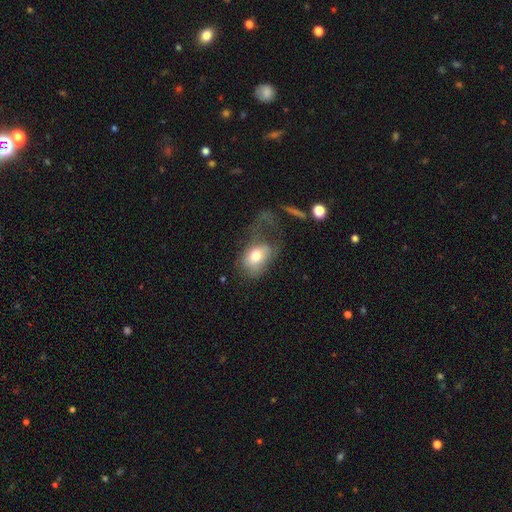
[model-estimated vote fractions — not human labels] smooth_or_featured: smooth (p=0.70) [alt: featured or disk p=0.22]
how_rounded: in between (p=0.78) [alt: round p=0.20]
merging: major disturbance (p=0.53) [alt: none p=0.22]